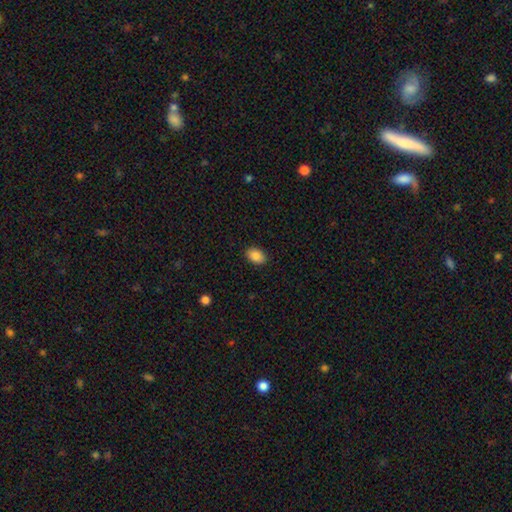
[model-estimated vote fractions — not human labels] This appears to be a smooth galaxy with no disk features (87%) that is in between round and cigar-shaped (86%). Merging: none (89%).